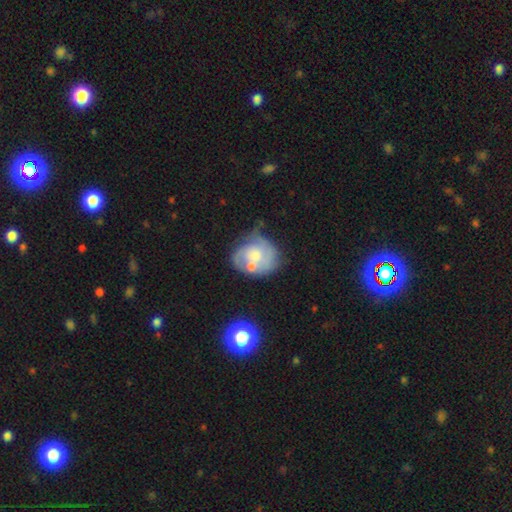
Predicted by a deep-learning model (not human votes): This appears to be a featured or disk galaxy (61%) with no bar (80%), spiral arms (67%) and a moderate central bulge (47%). Merging: none (41%).